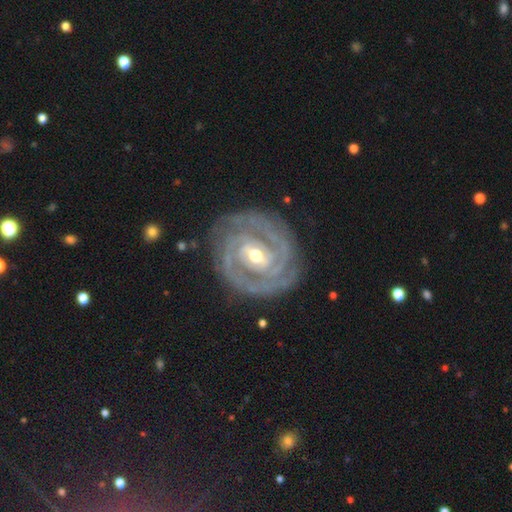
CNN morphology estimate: Smooth or featured? Predicted: featured or disk (p=0.92). Edge-on disk? Predicted: no (p=0.97). Bar? Predicted: weak (p=0.45). Spiral arms? Predicted: yes (p=0.98). Spiral winding? Predicted: tight (p=0.77). Spiral arm count? Predicted: 2 (p=0.40). Bulge size? Predicted: moderate (p=0.63). Merging? Predicted: none (p=0.81).